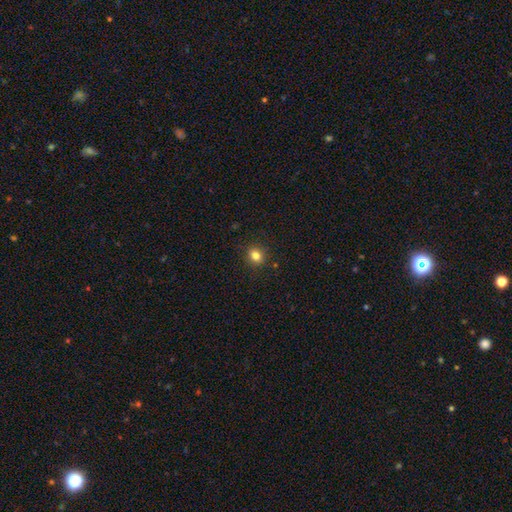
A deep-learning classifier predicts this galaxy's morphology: Overall: smooth (81%). How rounded: round (71%). Merging: none (90%).